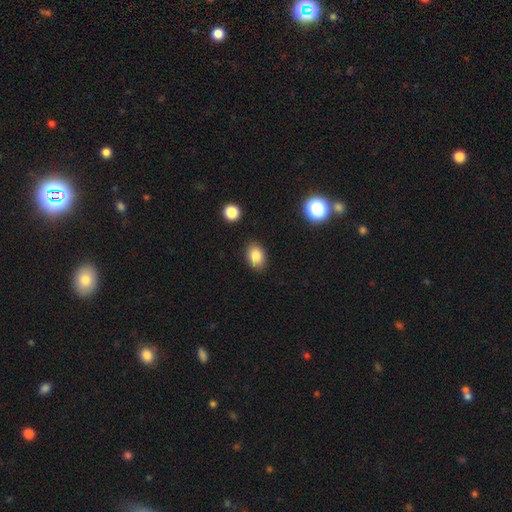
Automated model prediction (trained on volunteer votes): This is clearly a smooth galaxy (84%). How rounded: likely in between (77%). Merging: clearly none (86%).